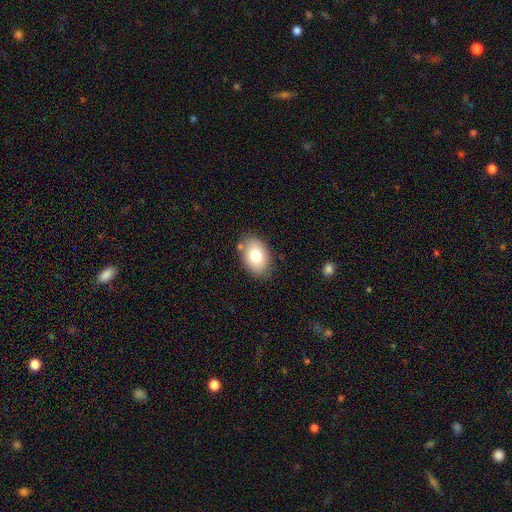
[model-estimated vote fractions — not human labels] Morphology: type=smooth (76%); roundness=in between (86%); merging=none (80%).